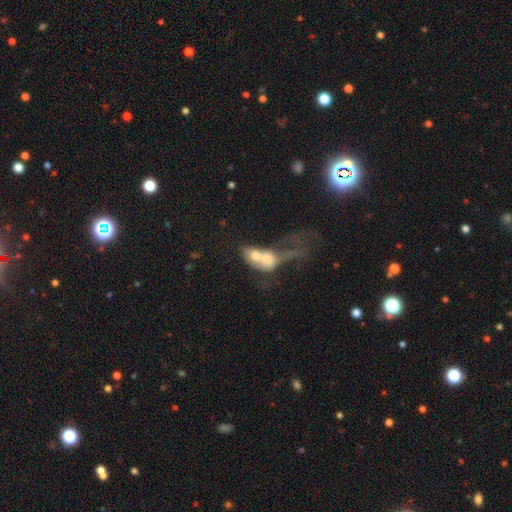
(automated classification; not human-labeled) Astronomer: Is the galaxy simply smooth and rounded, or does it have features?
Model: smooth — 59%.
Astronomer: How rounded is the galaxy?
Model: in between — 73%.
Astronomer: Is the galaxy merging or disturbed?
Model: merger — 73%.